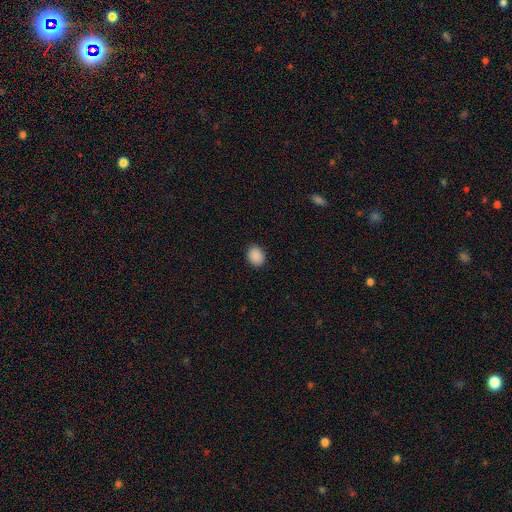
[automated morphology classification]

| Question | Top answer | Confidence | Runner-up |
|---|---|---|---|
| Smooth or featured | smooth | 90% | star or artifact (8%) |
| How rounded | in between | 56% | round (43%) |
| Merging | none | 90% | minor disturbance (7%) |